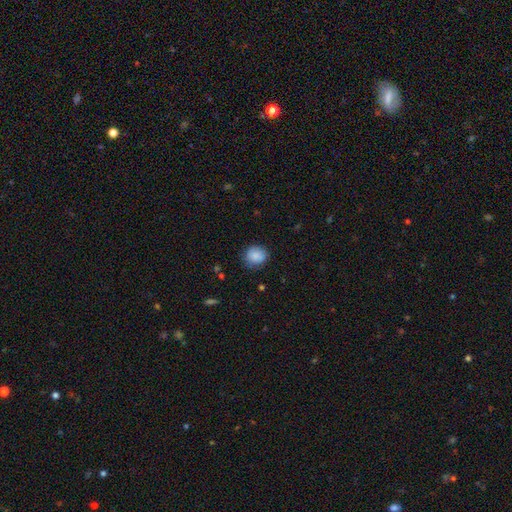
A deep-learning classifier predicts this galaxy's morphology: smooth-or-featured: smooth: 83% | featured or disk: 9% | star or artifact: 8%
  how-rounded: round: 81% | in between: 18% | cigar-shaped: 1%
  merging: none: 78% | minor disturbance: 17% | major disturbance: 4% | merger: 1%